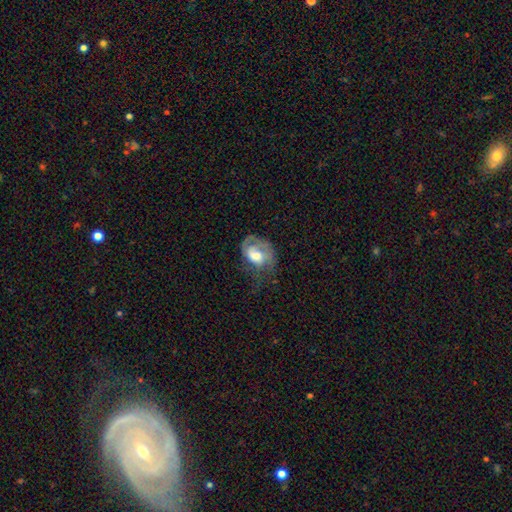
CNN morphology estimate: Q: Smooth or featured?
A: featured or disk (65%); runner-up: smooth (28%)
Q: Edge-on disk?
A: no (97%); runner-up: yes (3%)
Q: Bar?
A: no (62%); runner-up: weak (32%)
Q: Spiral arms?
A: yes (82%); runner-up: no (18%)
Q: Spiral winding?
A: medium (39%); runner-up: tight (36%)
Q: Spiral arm count?
A: 1 (44%); runner-up: 2 (26%)
Q: Bulge size?
A: moderate (56%); runner-up: large (26%)
Q: Merging?
A: none (36%); tied with: major disturbance (36%)